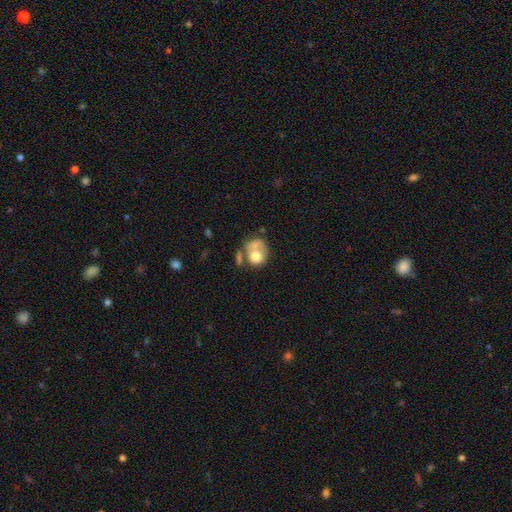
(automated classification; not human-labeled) Smooth or featured? smooth (64%)
How rounded? round (64%)
Merging? merger (38%)